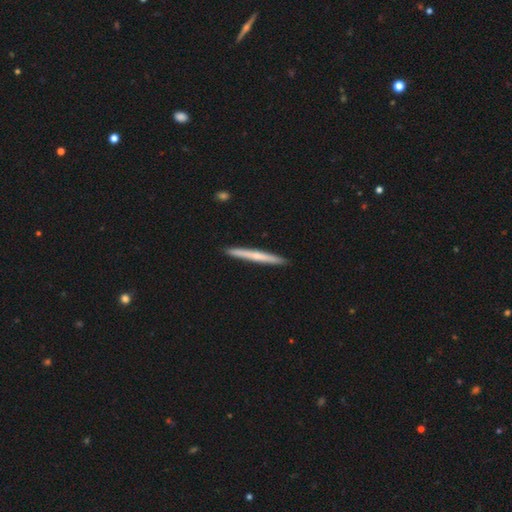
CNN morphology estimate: This appears to be a featured or disk galaxy (47%, tied with smooth). Merging: none (93%).